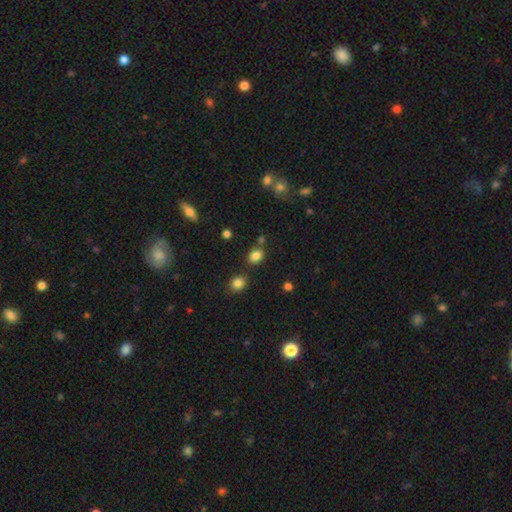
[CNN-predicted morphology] Smooth or featured? Predicted: smooth (p=0.83). How rounded? Predicted: in between (p=0.65). Merging? Predicted: none (p=0.73).